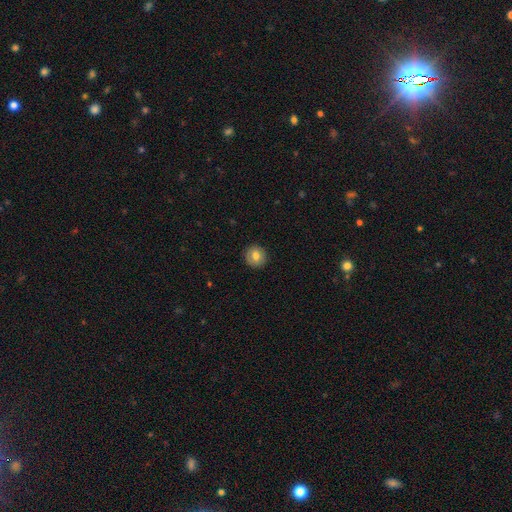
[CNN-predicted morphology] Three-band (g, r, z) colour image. It shows a smooth galaxy with no disk features (76%) that is round (93%). Merging: none (90%).